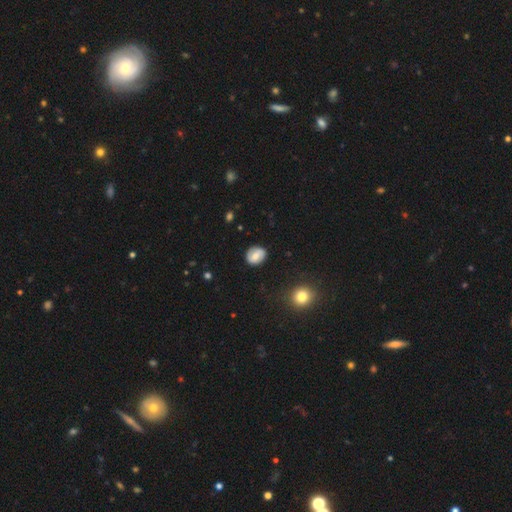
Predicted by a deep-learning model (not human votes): smooth-or-featured: smooth: 61% | featured or disk: 31% | star or artifact: 8%
  how-rounded: round: 60% | in between: 39% | cigar-shaped: 1%
  merging: none: 82% | minor disturbance: 13% | major disturbance: 3% | merger: 1%